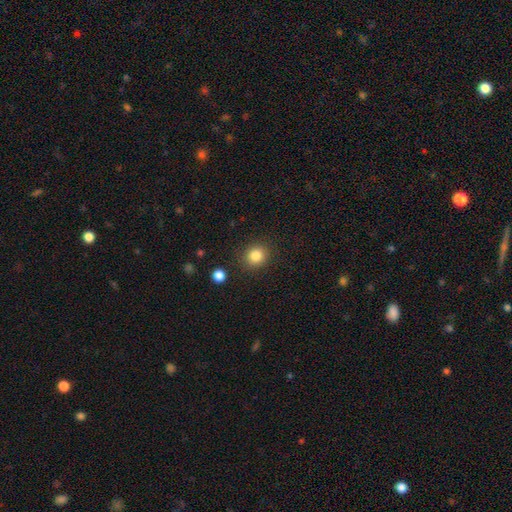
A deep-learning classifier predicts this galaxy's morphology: smooth-or-featured: smooth: 84% | star or artifact: 11% | featured or disk: 5%
  how-rounded: round: 81% | in between: 18% | cigar-shaped: 1%
  merging: none: 87% | minor disturbance: 8% | major disturbance: 3% | merger: 2%